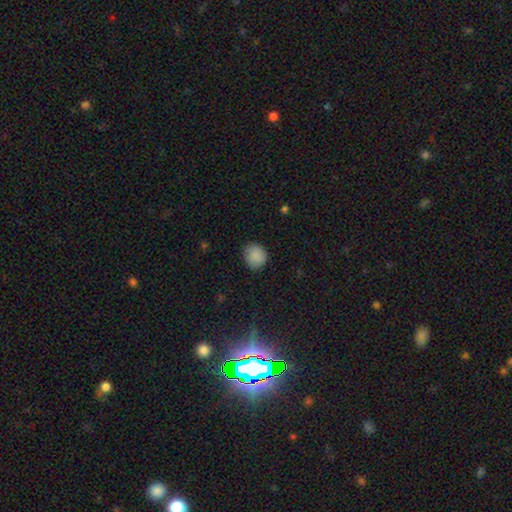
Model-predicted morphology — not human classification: A smooth galaxy with no disk features (88%) that is round (77%). Merging: none (84%).